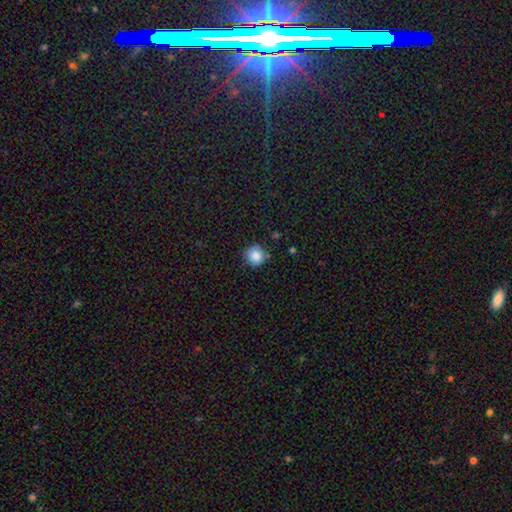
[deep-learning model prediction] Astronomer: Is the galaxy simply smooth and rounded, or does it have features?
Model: smooth — 85%.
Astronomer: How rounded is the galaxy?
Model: round — 92%.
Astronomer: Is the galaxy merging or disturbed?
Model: none — 82%.